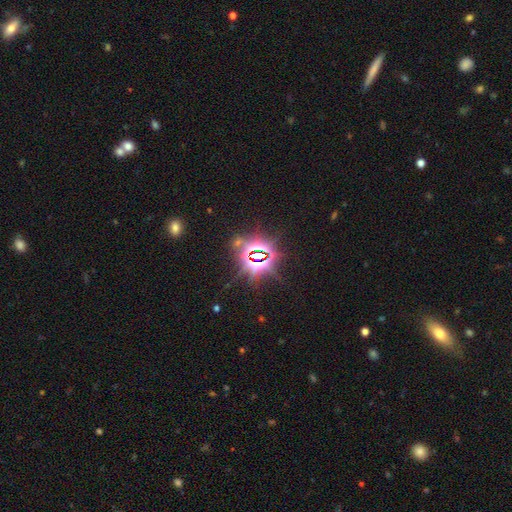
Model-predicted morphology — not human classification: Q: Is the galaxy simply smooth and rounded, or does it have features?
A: star or artifact — 85%.